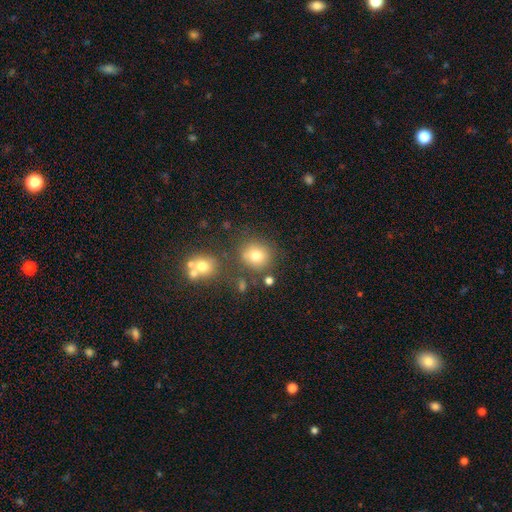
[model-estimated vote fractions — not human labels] This appears to be a smooth galaxy with no disk features (76%) that is round (86%). Merging: none (74%).